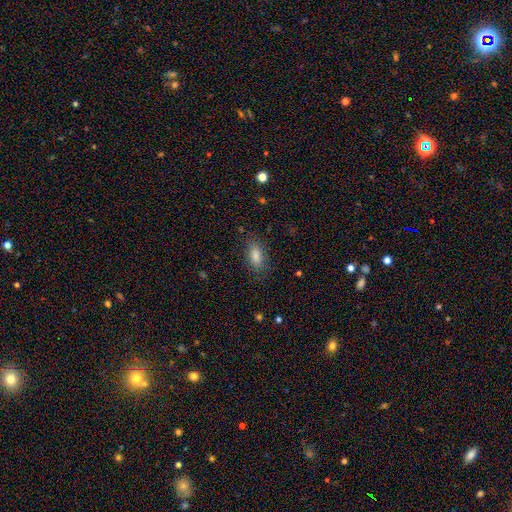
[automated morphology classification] A smooth galaxy with no disk features (79%) that is in between round and cigar-shaped (84%). Merging: none (83%).